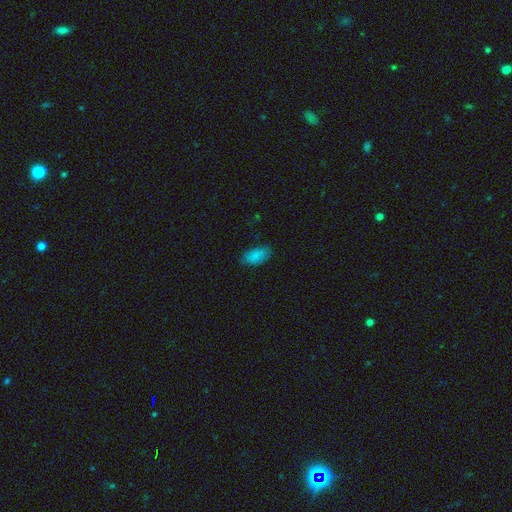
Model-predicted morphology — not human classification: Smooth or featured: smooth — 87% (star or artifact — 8%)
How rounded: in between — 93% (cigar-shaped — 4%)
Merging: none — 82% (minor disturbance — 14%)